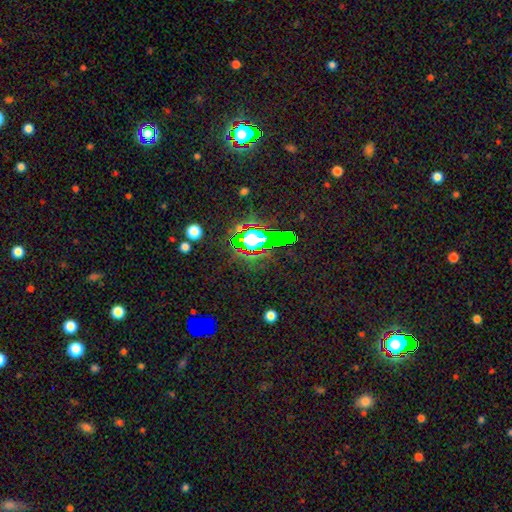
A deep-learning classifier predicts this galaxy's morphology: Overall: star or artifact (81%).